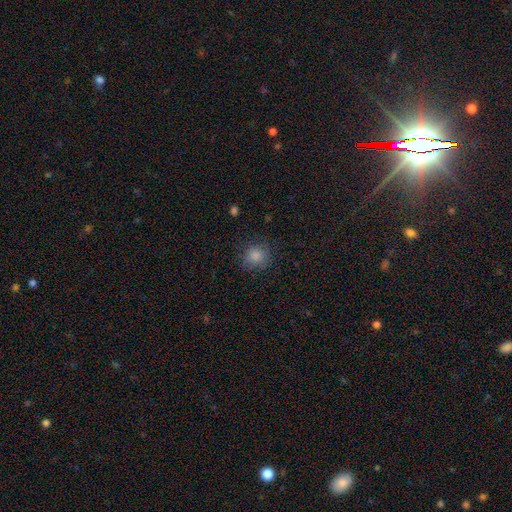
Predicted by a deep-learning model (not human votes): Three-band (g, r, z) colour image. It shows a smooth galaxy with no disk features (85%) that is round (89%). Merging: none (83%).